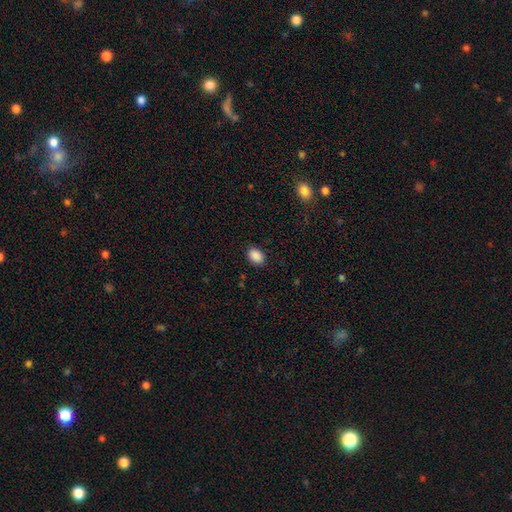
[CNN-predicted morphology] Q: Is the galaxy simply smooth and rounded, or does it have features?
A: smooth — 89%.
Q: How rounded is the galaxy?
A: in between — 77%.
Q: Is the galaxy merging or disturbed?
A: none — 87%.